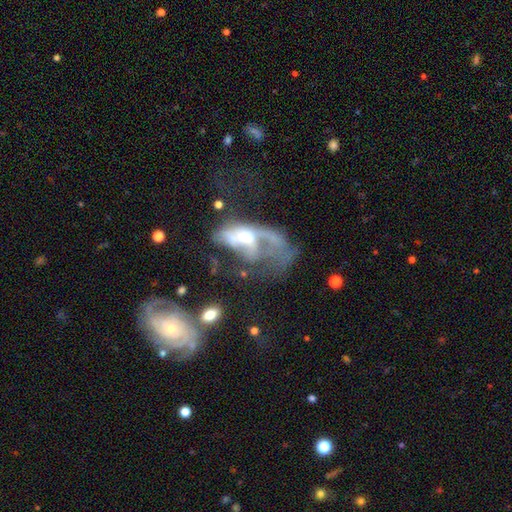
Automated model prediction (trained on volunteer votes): This appears to be a featured or disk galaxy (67%) with no bar (67%), spiral arms (57%) and a moderate central bulge (51%). Merging: major disturbance (47%).